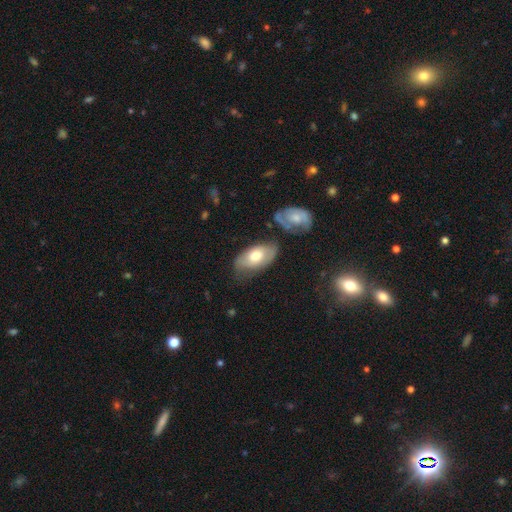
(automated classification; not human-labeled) Q: Smooth or featured?
A: smooth (60%); runner-up: featured or disk (34%)
Q: How rounded?
A: in between (92%); runner-up: round (4%)
Q: Merging?
A: none (57%); runner-up: minor disturbance (26%)